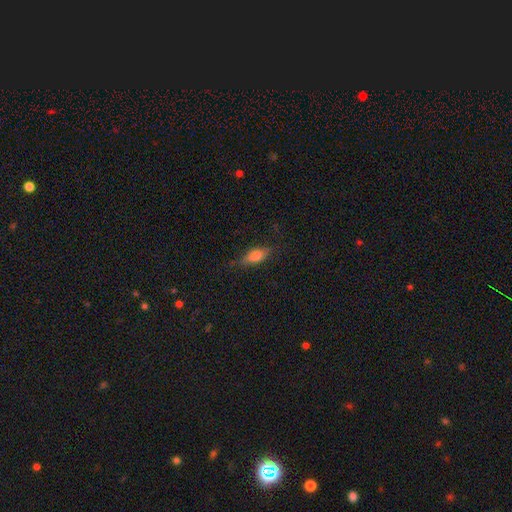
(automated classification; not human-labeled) The model was most divided on "smooth or featured": smooth: 69%, featured or disk: 22%, star or artifact: 9%. More confident: how rounded — in between (74%); merging — none (70%).